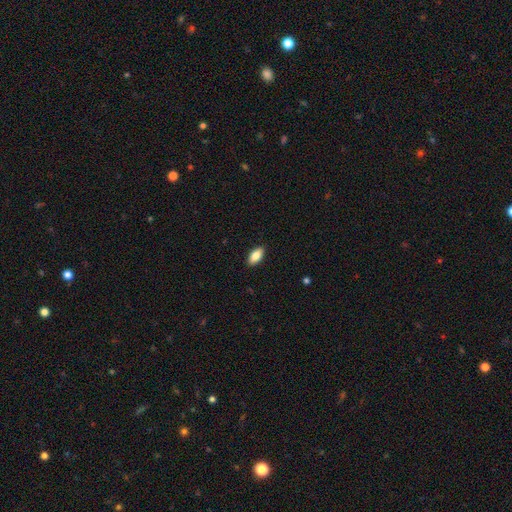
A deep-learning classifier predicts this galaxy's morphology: The model was most divided on "smooth or featured": smooth: 85%, featured or disk: 9%, star or artifact: 7%. More confident: how rounded — in between (91%); merging — none (90%).